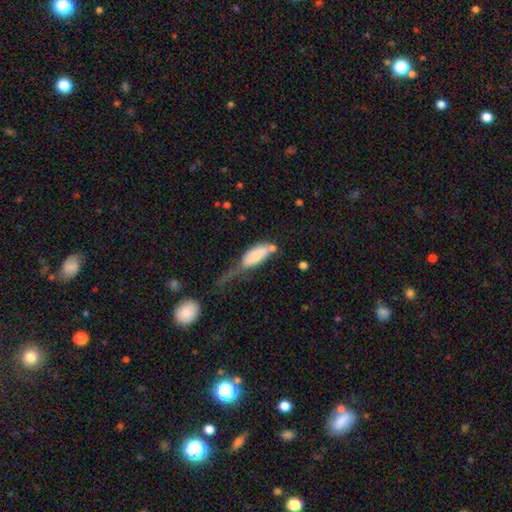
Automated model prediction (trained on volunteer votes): Smooth or featured? smooth (74%)
How rounded? in between (80%)
Merging? major disturbance (43%)